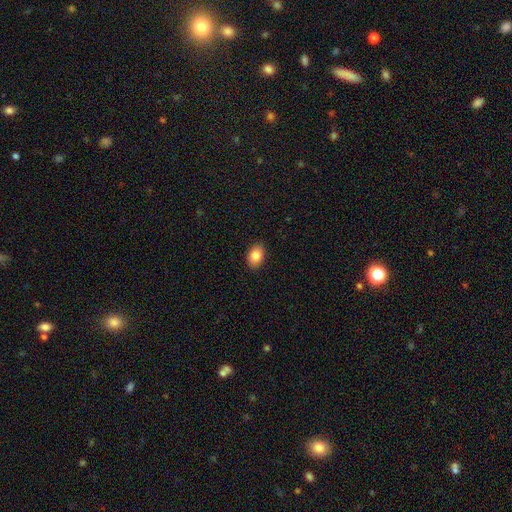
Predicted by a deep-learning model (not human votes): A smooth galaxy with no disk features (85%) that is in between round and cigar-shaped (79%).

Vote fractions:
- Smooth or featured? smooth: 85% / star or artifact: 8% / featured or disk: 7%
- How rounded? in between: 79% / round: 20% / cigar-shaped: 1%
- Merging? none: 89% / minor disturbance: 9% / major disturbance: 2% / merger: 1%